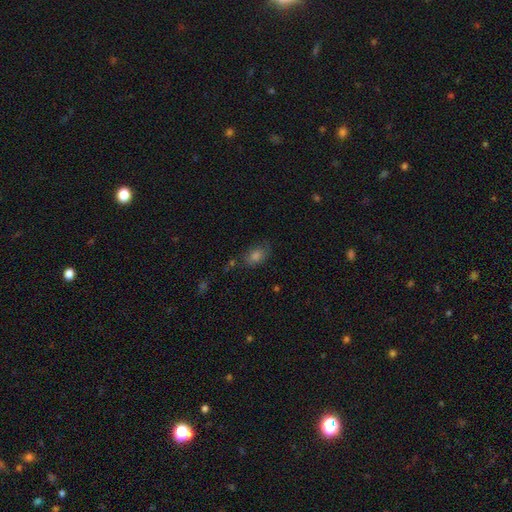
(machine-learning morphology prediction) smooth 69%, star or artifact 20%, featured or disk 11%. Down the decision tree: how rounded — in between (76%); merging — none (74%).